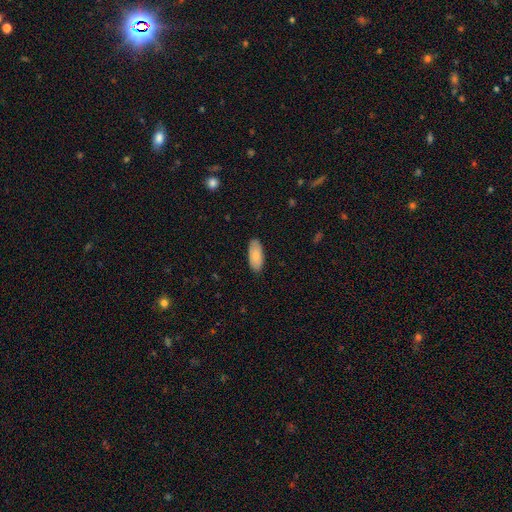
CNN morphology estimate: This appears to be a smooth galaxy with no disk features (86%) that is in between round and cigar-shaped (87%). Merging: none (87%).